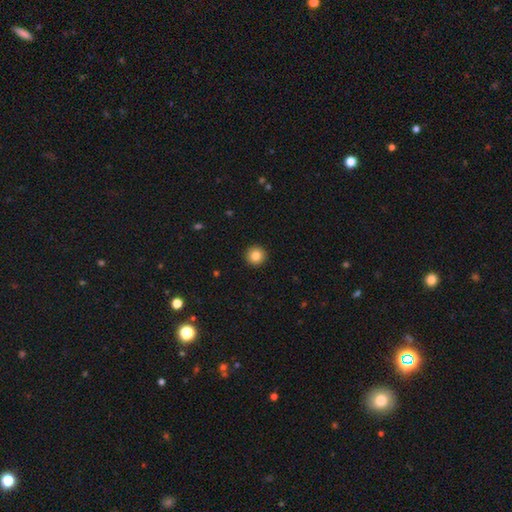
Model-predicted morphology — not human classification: type=smooth (83%); roundness=round (96%); merging=none (93%).